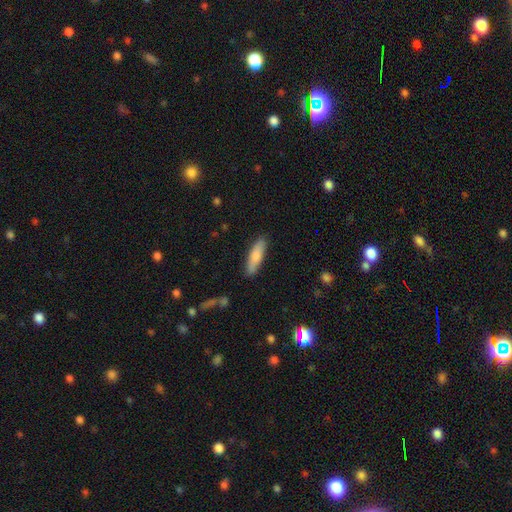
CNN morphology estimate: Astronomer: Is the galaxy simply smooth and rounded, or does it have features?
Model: smooth — 79%.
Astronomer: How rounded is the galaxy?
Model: cigar-shaped — 64%.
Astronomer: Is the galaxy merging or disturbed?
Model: none — 86%.